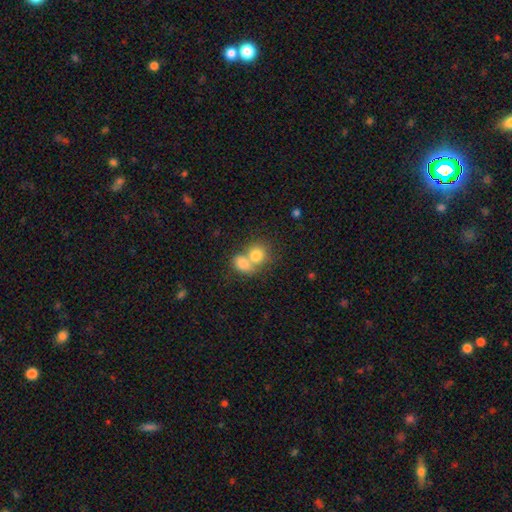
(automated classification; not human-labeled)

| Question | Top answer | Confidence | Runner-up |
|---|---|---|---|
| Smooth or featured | smooth | 78% | featured or disk (13%) |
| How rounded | round | 69% | in between (30%) |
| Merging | merger | 66% | none (26%) |